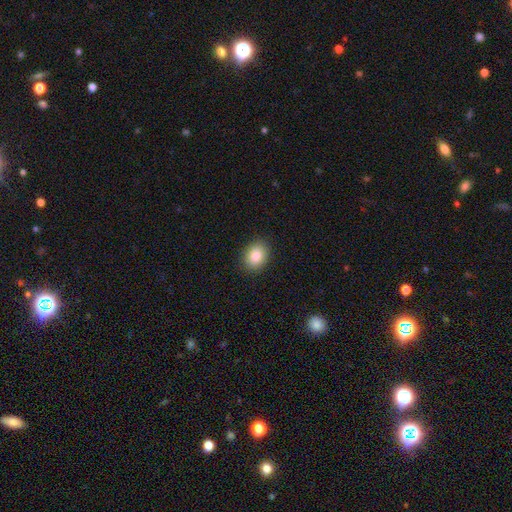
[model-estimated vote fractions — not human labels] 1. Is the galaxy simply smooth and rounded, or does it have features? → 84% smooth, 9% star or artifact, 7% featured or disk.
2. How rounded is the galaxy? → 59% in between, 40% round, 1% cigar-shaped.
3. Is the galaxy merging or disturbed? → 89% none, 8% minor disturbance, 2% major disturbance, 1% merger.